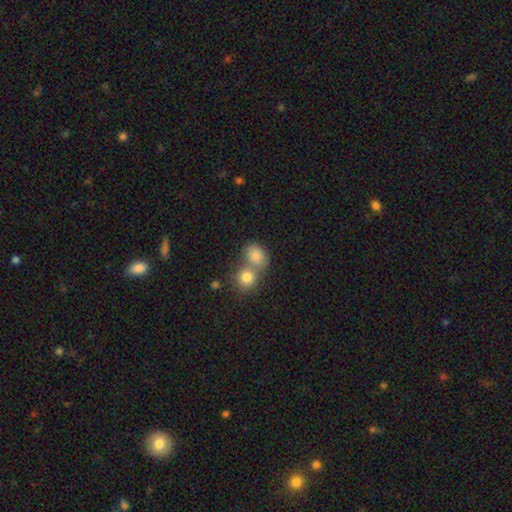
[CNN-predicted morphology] A smooth galaxy with no disk features (82%) that is round (59%). Merging: merger (51%).